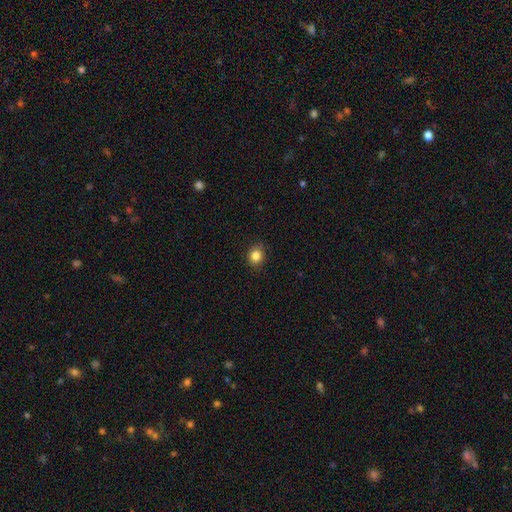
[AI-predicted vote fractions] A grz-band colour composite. It shows a smooth galaxy with no disk features (85%) that is round (69%). Merging: none (86%).